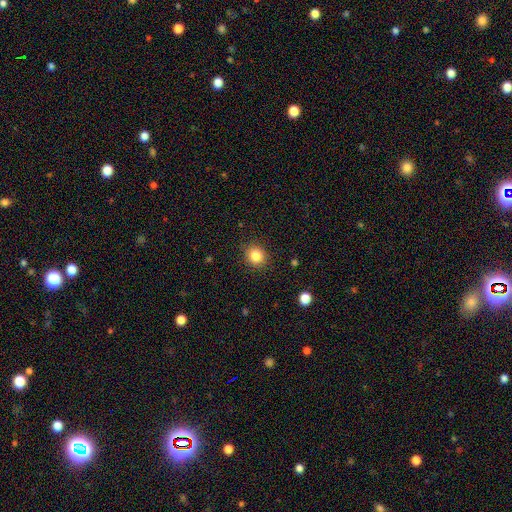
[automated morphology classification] This appears to be a smooth galaxy with no disk features (84%) that is round (84%). Merging: none (89%).